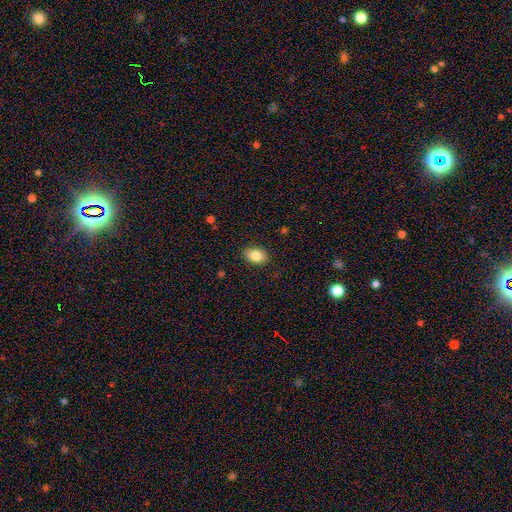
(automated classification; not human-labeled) smooth_or_featured: smooth (p=0.83) [alt: featured or disk p=0.08]
how_rounded: in between (p=0.83) [alt: round p=0.16]
merging: none (p=0.88) [alt: minor disturbance p=0.09]